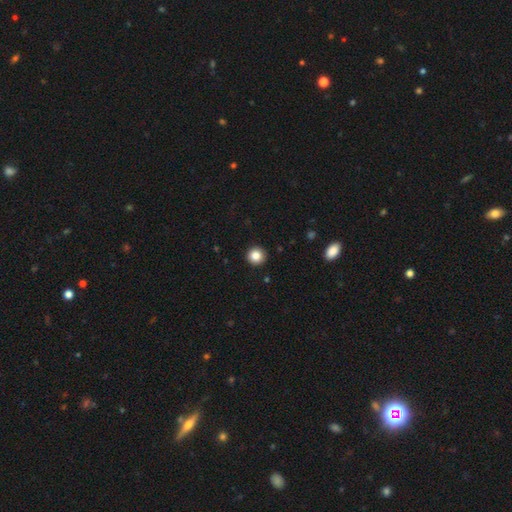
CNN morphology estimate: Smooth or featured? smooth (85%)
How rounded? round (94%)
Merging? none (93%)